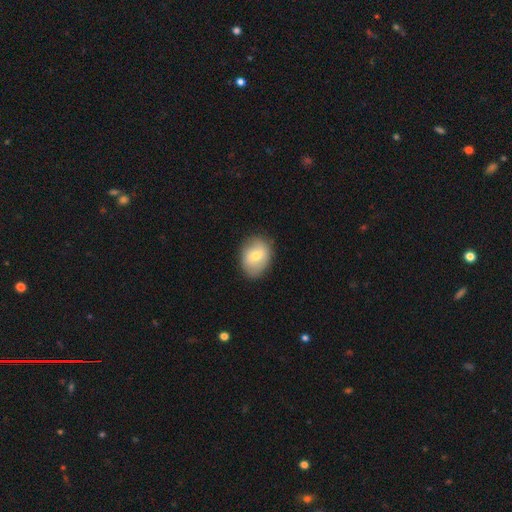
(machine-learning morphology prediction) smooth_or_featured: smooth (p=0.63) [alt: featured or disk p=0.30]
how_rounded: in between (p=0.64) [alt: round p=0.35]
merging: none (p=0.83) [alt: minor disturbance p=0.13]